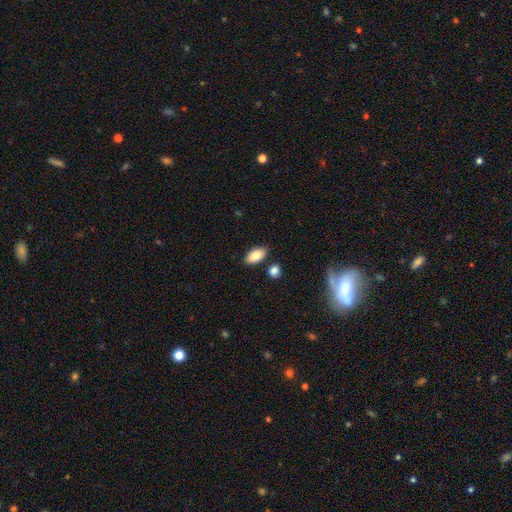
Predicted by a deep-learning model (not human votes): Smooth or featured? Predicted: smooth (p=0.86). How rounded? Predicted: in between (p=0.92). Merging? Predicted: none (p=0.83).